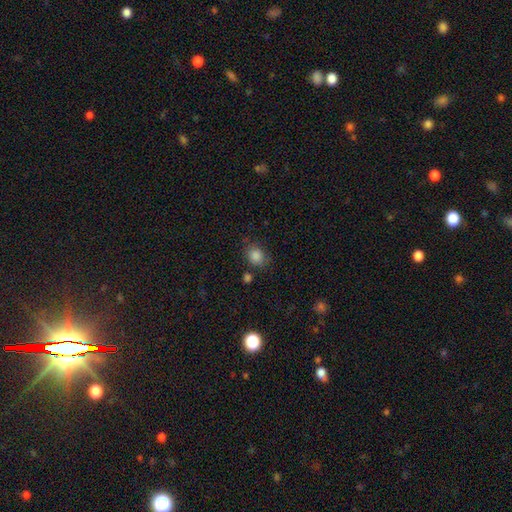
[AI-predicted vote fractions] A smooth galaxy with no disk features (85%) that is round (60%). Merging: none (72%).